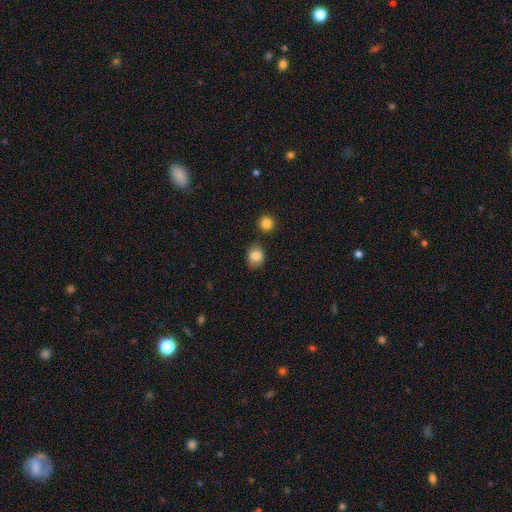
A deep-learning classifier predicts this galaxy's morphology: type=smooth (85%); roundness=round (53%); merging=none (73%).